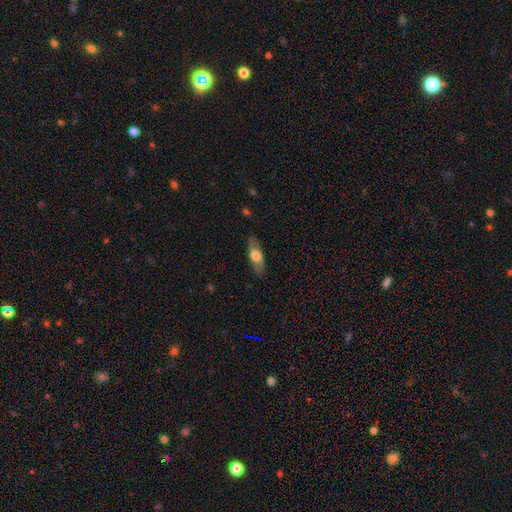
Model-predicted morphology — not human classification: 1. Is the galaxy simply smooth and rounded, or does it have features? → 62% smooth, 32% featured or disk, 6% star or artifact.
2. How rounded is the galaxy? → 69% in between, 28% cigar-shaped, 3% round.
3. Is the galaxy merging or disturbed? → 84% none, 12% minor disturbance, 3% major disturbance, 1% merger.